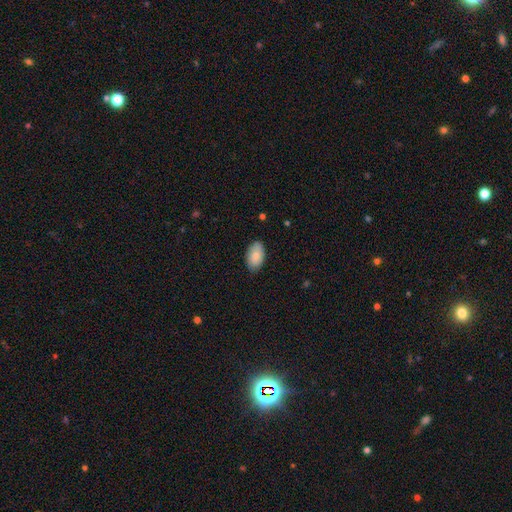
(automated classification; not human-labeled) Smooth or featured? Predicted: smooth (p=0.84). How rounded? Predicted: in between (p=0.94). Merging? Predicted: none (p=0.83).